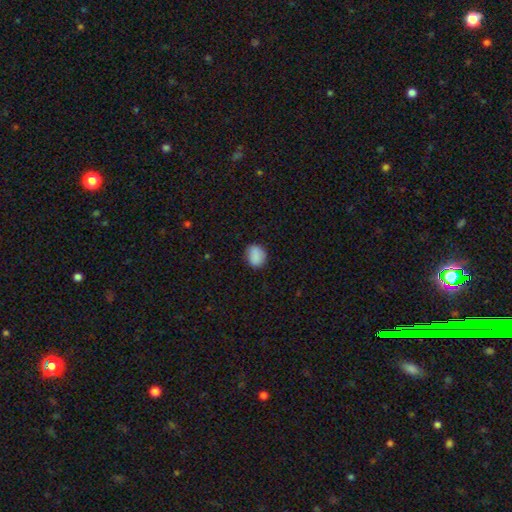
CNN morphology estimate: smooth_or_featured: smooth (p=0.88) [alt: star or artifact p=0.08]
how_rounded: round (p=0.58) [alt: in between p=0.41]
merging: none (p=0.80) [alt: minor disturbance p=0.15]